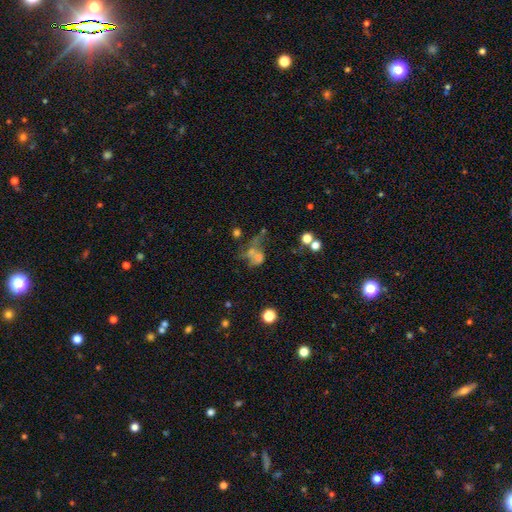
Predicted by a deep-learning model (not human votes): Smooth or featured: smooth — 46% (featured or disk — 34%)
Merging: merger — 38% (major disturbance — 34%)